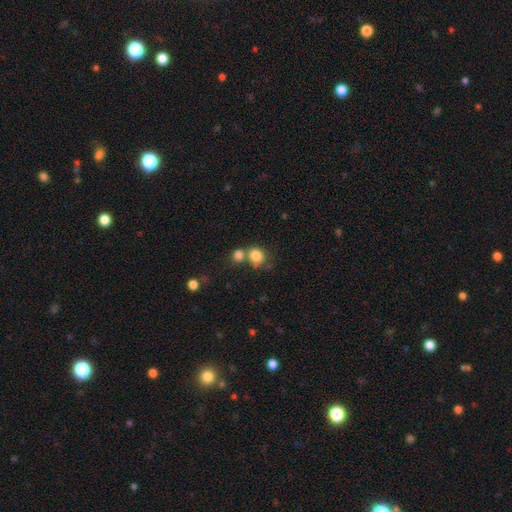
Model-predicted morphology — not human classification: Overall: smooth (82%). How rounded: round (67%; in between 32%). Merging: none (44%; merger 41%).